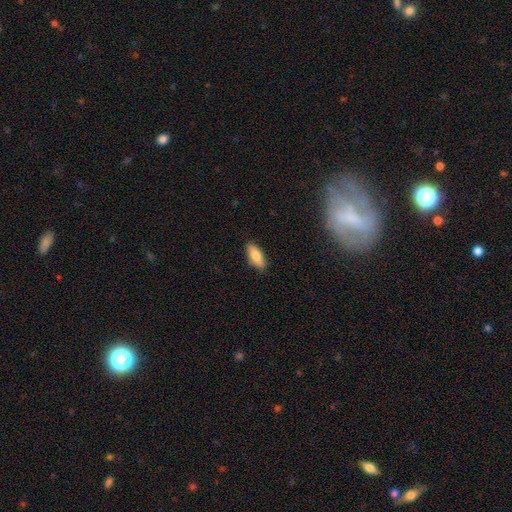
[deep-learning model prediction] A smooth galaxy with no disk features (78%) that is in between round and cigar-shaped (74%).

Vote fractions:
- Smooth or featured? smooth: 78% / featured or disk: 16% / star or artifact: 6%
- How rounded? in between: 74% / cigar-shaped: 24% / round: 2%
- Merging? none: 87% / minor disturbance: 10% / major disturbance: 2% / merger: 1%